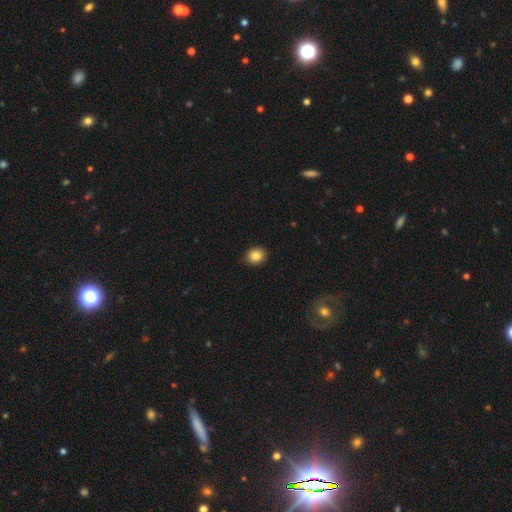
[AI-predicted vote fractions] A smooth galaxy with no disk features (86%) that is round (72%).

Vote fractions:
- Smooth or featured? smooth: 86% / star or artifact: 9% / featured or disk: 5%
- How rounded? round: 72% / in between: 27% / cigar-shaped: 1%
- Merging? none: 90% / minor disturbance: 7% / major disturbance: 2% / merger: 1%